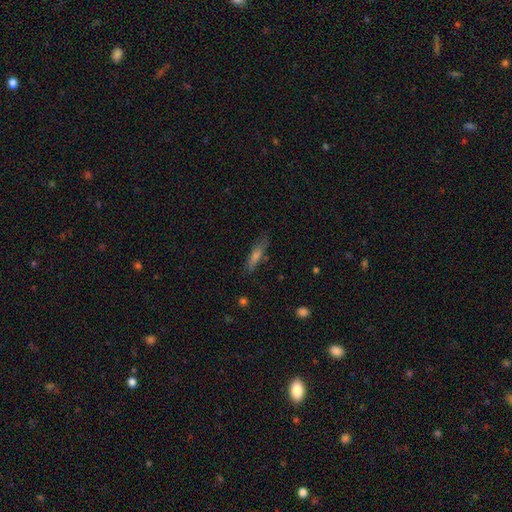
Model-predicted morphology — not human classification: smooth 54%, featured or disk 32%, star or artifact 14%. Down the decision tree: how rounded — cigar-shaped (76%); merging — none (78%).